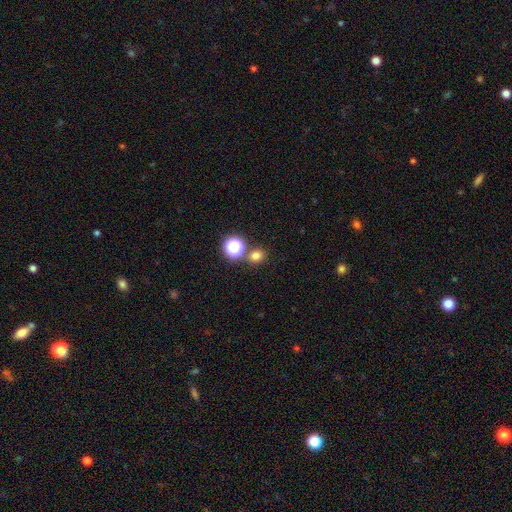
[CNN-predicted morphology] Smooth or featured?
  - smooth: 74% *
  - star or artifact: 20%
  - featured or disk: 6%
How rounded?
  - round: 73% *
  - in between: 26%
  - cigar-shaped: 1%
Merging?
  - none: 76% *
  - merger: 14%
  - minor disturbance: 8%
  - major disturbance: 3%